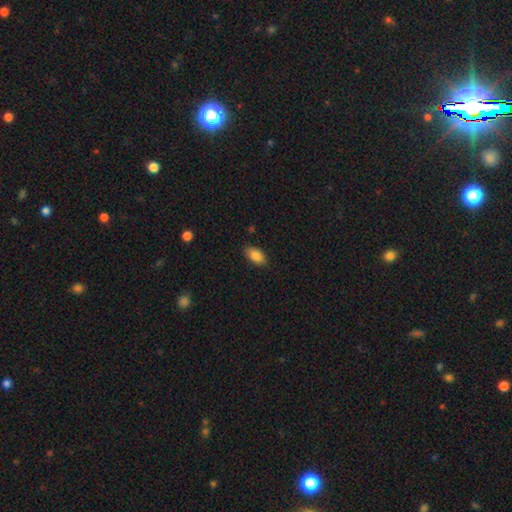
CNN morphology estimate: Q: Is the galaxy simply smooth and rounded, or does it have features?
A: smooth — 86%.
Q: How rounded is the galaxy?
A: in between — 92%.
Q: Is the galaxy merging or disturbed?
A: none — 84%.